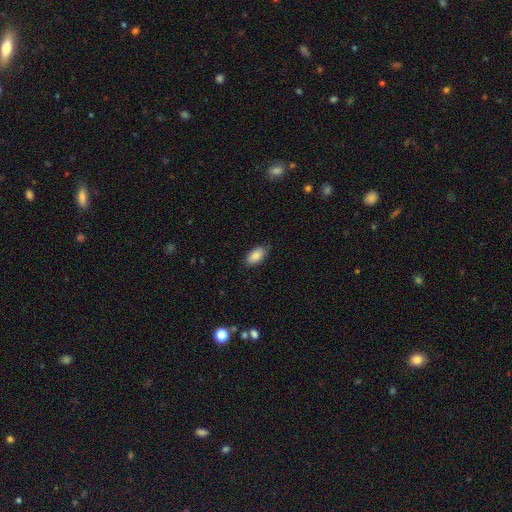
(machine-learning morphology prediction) The model was most divided on "merging": none: 84%, minor disturbance: 12%, major disturbance: 3%, merger: 1%. More confident: how rounded — in between (93%); smooth or featured — smooth (88%).